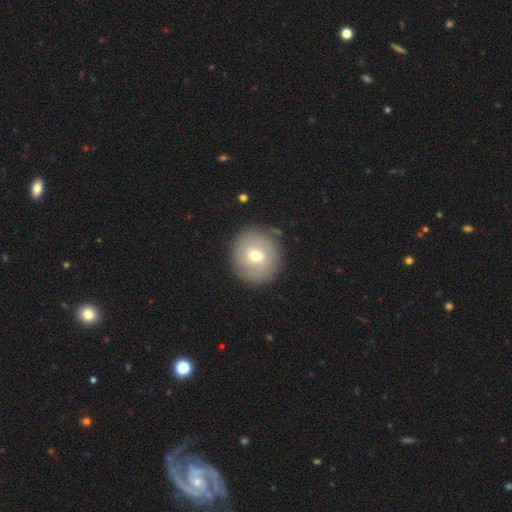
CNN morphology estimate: Smooth or featured? Predicted: smooth (p=0.67). How rounded? Predicted: round (p=0.92). Merging? Predicted: none (p=0.86).